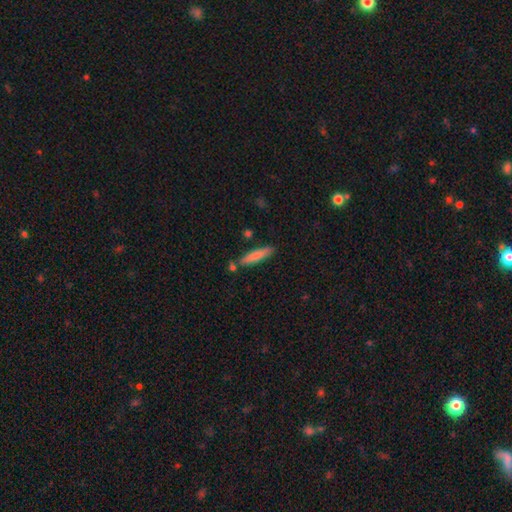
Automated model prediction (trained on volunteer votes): This appears to be a smooth galaxy with no disk features (77%) that is cigar-shaped (85%). Merging: none (77%).